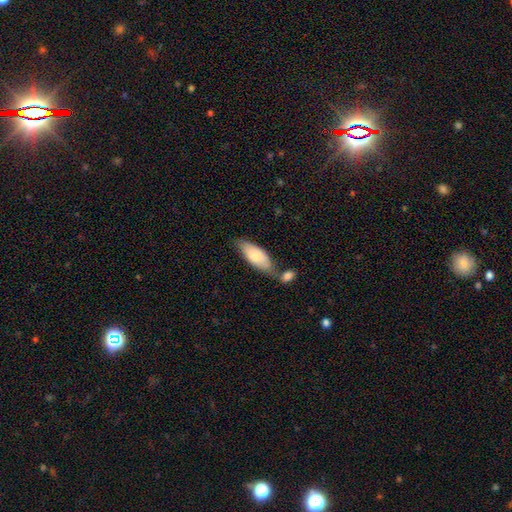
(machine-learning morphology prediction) Smooth or featured? smooth (77%)
How rounded? in between (77%)
Merging? none (44%)